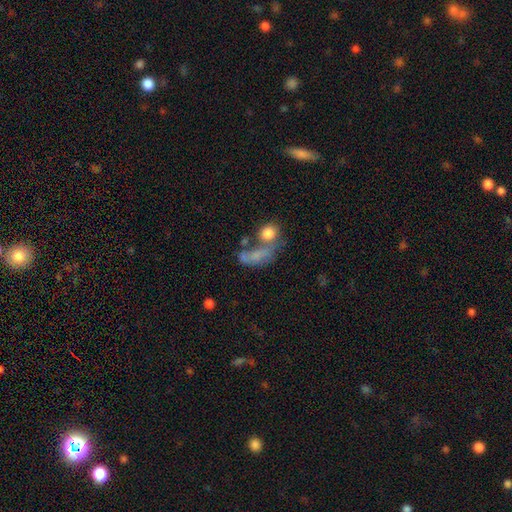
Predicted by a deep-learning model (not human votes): Overall: smooth (58%; featured or disk 25%). How rounded: in between (64%; round 24%). Merging: merger (41%; none 26%).